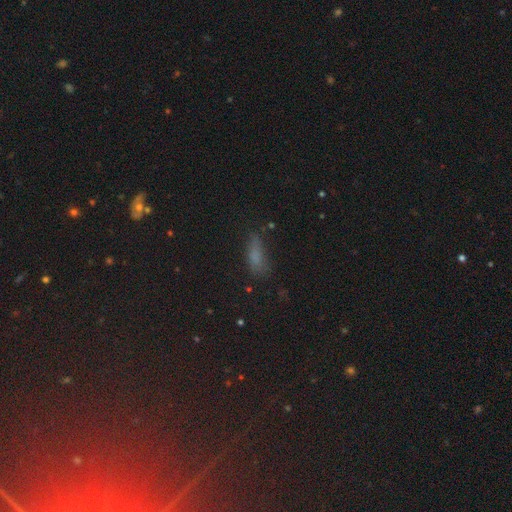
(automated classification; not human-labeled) A smooth galaxy with no disk features (71%) that is in between round and cigar-shaped (59%). Merging: none (58%).